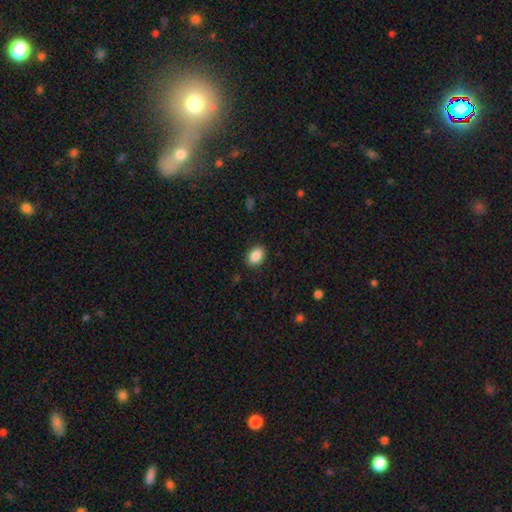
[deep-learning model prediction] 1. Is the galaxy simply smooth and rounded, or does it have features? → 89% smooth, 8% star or artifact, 3% featured or disk.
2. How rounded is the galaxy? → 85% in between, 14% round, 1% cigar-shaped.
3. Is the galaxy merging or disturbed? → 89% none, 8% minor disturbance, 2% major disturbance, 1% merger.